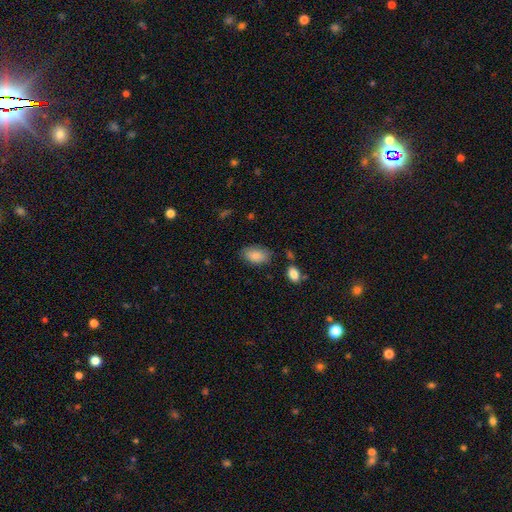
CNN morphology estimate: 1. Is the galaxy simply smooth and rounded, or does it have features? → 87% smooth, 7% star or artifact, 6% featured or disk.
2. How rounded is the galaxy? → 92% in between, 6% round, 2% cigar-shaped.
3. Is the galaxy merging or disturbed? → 75% none, 18% minor disturbance, 4% major disturbance, 3% merger.